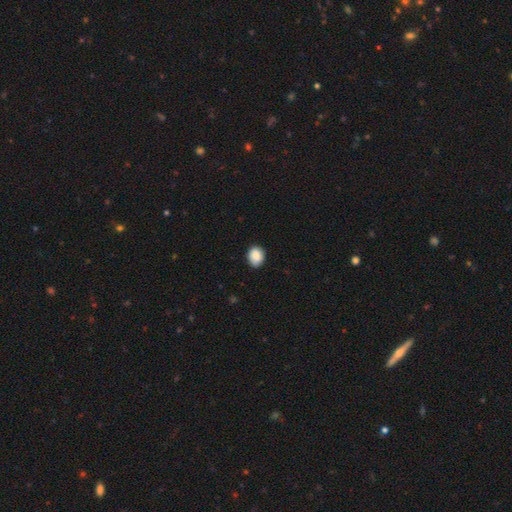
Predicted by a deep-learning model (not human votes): The model was most divided on "how rounded": round: 53%, in between: 46%, cigar-shaped: 1%. More confident: smooth or featured — smooth (88%); merging — none (84%).